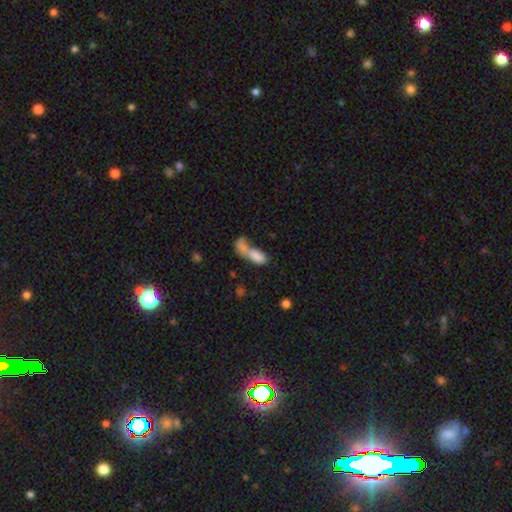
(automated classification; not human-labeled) Smooth or featured?
  - smooth: 78% *
  - featured or disk: 13%
  - star or artifact: 9%
How rounded?
  - in between: 82% *
  - cigar-shaped: 13%
  - round: 5%
Merging?
  - merger: 68% *
  - none: 18%
  - minor disturbance: 7%
  - major disturbance: 7%